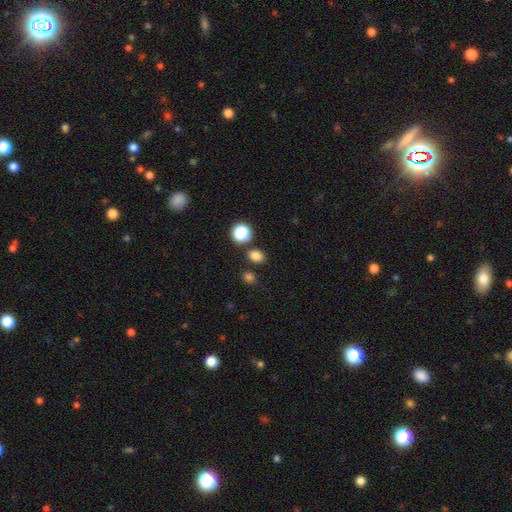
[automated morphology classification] The model was most divided on "how rounded": round: 52%, in between: 47%, cigar-shaped: 1%. More confident: merging — none (80%); smooth or featured — smooth (80%).